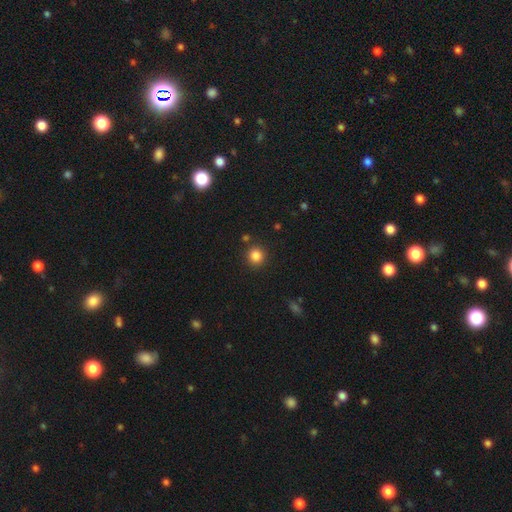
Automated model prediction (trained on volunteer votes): Smooth or featured? Predicted: smooth (p=0.84). How rounded? Predicted: round (p=0.91). Merging? Predicted: none (p=0.89).